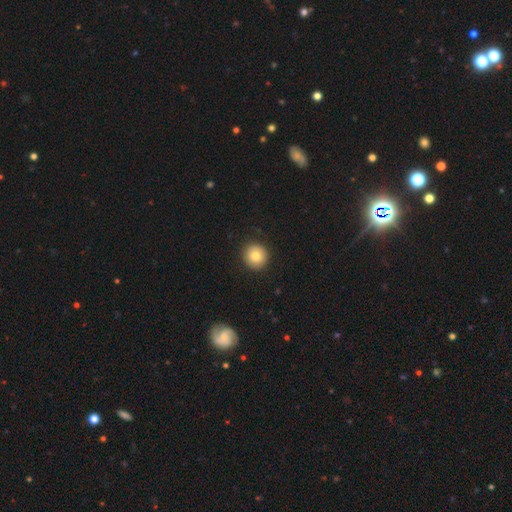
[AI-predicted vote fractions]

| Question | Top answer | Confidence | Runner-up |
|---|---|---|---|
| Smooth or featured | smooth | 81% | featured or disk (10%) |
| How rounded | round | 93% | in between (7%) |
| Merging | none | 92% | minor disturbance (6%) |